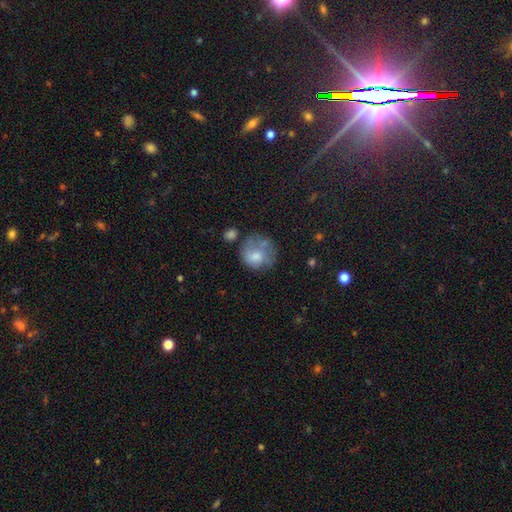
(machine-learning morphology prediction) A smooth galaxy with no disk features (65%) that is round (78%).

Vote fractions:
- Smooth or featured? smooth: 65% / featured or disk: 27% / star or artifact: 9%
- How rounded? round: 78% / in between: 21% / cigar-shaped: 1%
- Merging? none: 44% / minor disturbance: 26% / major disturbance: 21% / merger: 10%